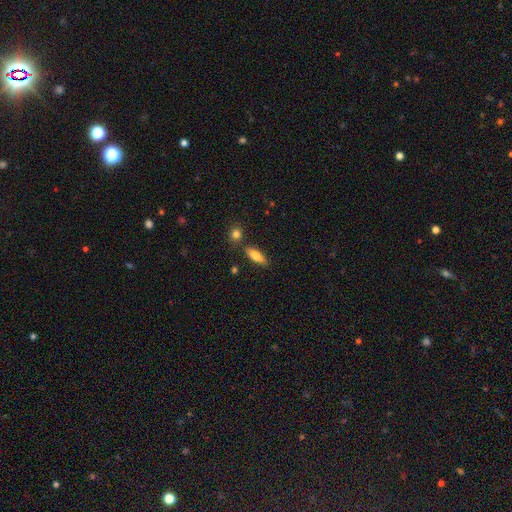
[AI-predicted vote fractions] This appears to be a smooth galaxy with no disk features (77%) that is in between round and cigar-shaped (63%). Merging: none (79%).